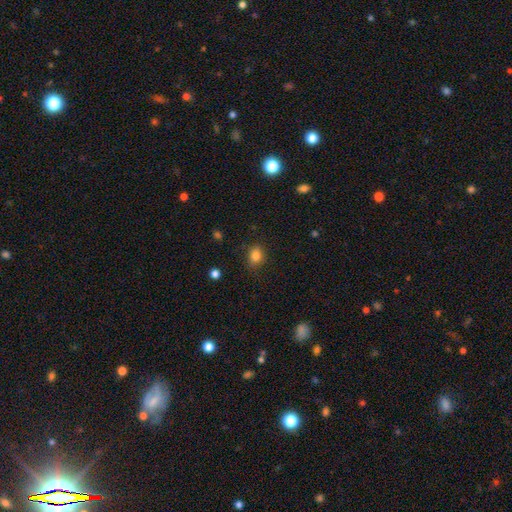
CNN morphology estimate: Q: Smooth or featured?
A: smooth (84%); runner-up: star or artifact (11%)
Q: How rounded?
A: in between (61%); runner-up: round (38%)
Q: Merging?
A: none (83%); runner-up: minor disturbance (13%)